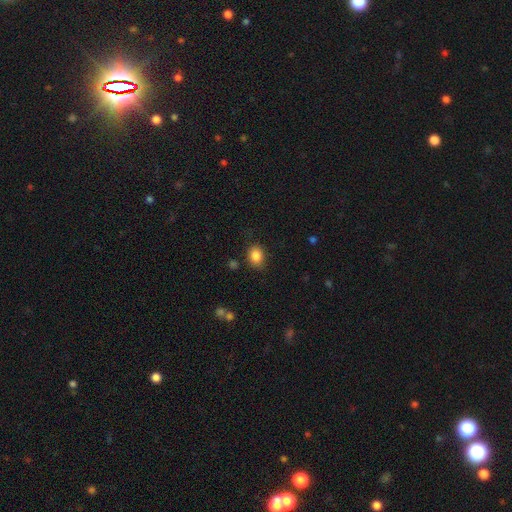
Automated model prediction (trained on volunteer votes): Smooth or featured?
  - smooth: 85% *
  - star or artifact: 10%
  - featured or disk: 5%
How rounded?
  - in between: 53% *
  - round: 46%
  - cigar-shaped: 1%
Merging?
  - none: 80% *
  - minor disturbance: 15%
  - major disturbance: 4%
  - merger: 2%